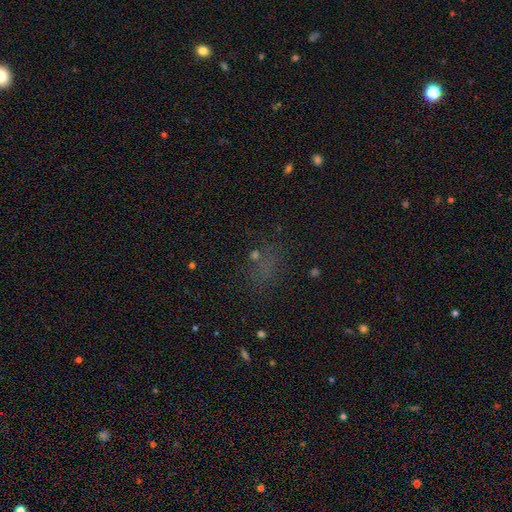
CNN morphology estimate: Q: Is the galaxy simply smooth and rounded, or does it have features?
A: smooth — 43%.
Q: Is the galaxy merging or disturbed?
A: none — 56%.